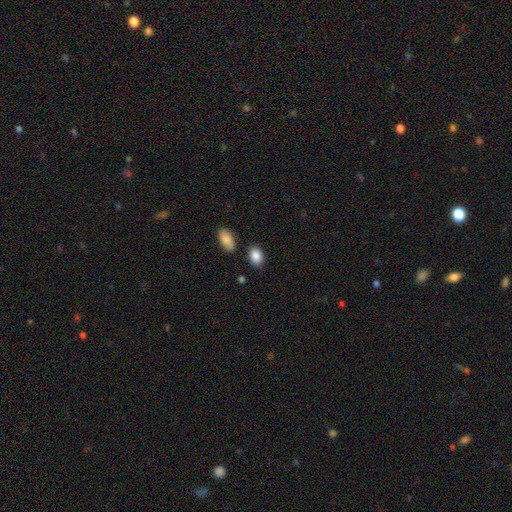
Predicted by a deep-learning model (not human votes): Smooth or featured? Predicted: smooth (p=0.88). How rounded? Predicted: in between (p=0.84). Merging? Predicted: none (p=0.81).